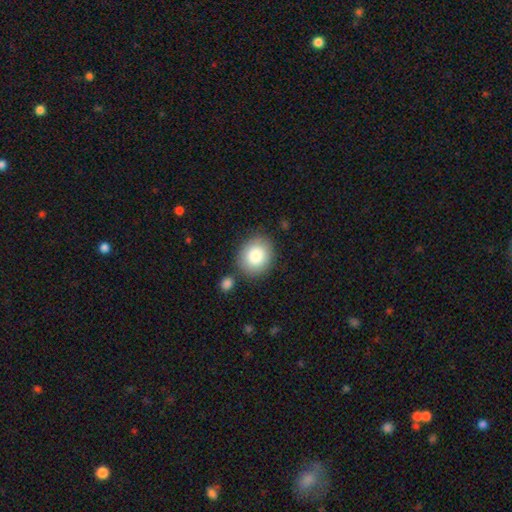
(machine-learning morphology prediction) Smooth or featured: smooth — 84% (featured or disk — 8%)
How rounded: round — 67% (in between — 32%)
Merging: none — 80% (minor disturbance — 10%)